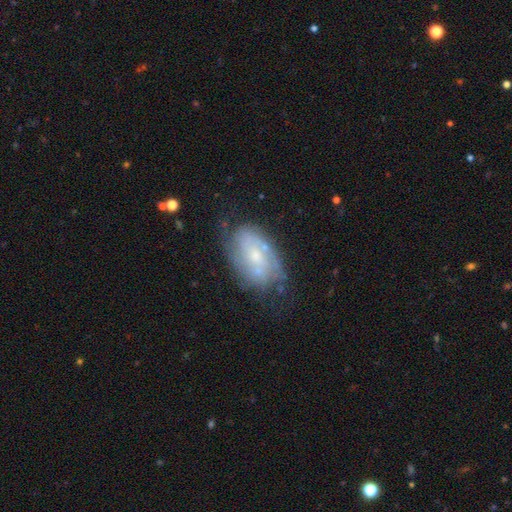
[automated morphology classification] This is likely a featured or disk galaxy (69%). It is clearly not viewed edge-on (95%). Bar: likely no (62%). Spiral arm pattern: clearly yes (81%). Spiral arm count: marginally 2 (41%, tied with can't tell). Spiral winding: possibly tight (51%). Central bulge: possibly small (59%). Merging: likely none (61%).